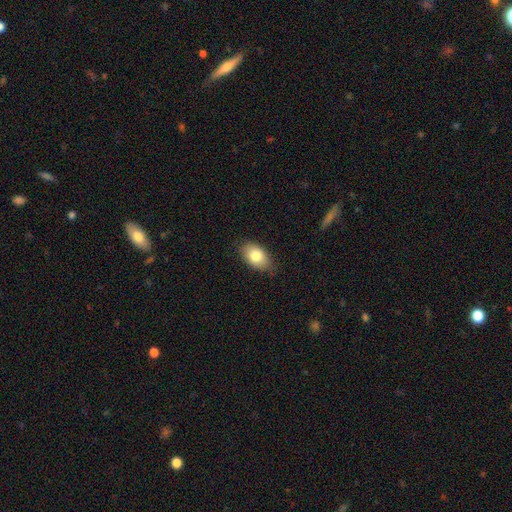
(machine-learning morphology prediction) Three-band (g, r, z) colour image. It shows a smooth galaxy with no disk features (81%) that is in between round and cigar-shaped (89%). Merging: none (79%).